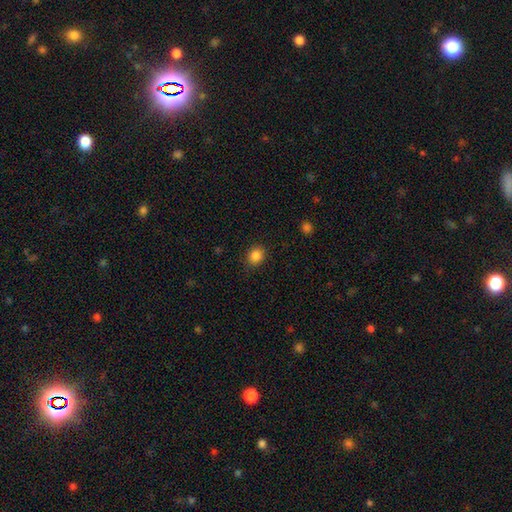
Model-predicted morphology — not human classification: Smooth or featured?
  - smooth: 86% *
  - star or artifact: 10%
  - featured or disk: 4%
How rounded?
  - round: 63% *
  - in between: 36%
  - cigar-shaped: 1%
Merging?
  - none: 86% *
  - minor disturbance: 10%
  - major disturbance: 3%
  - merger: 1%